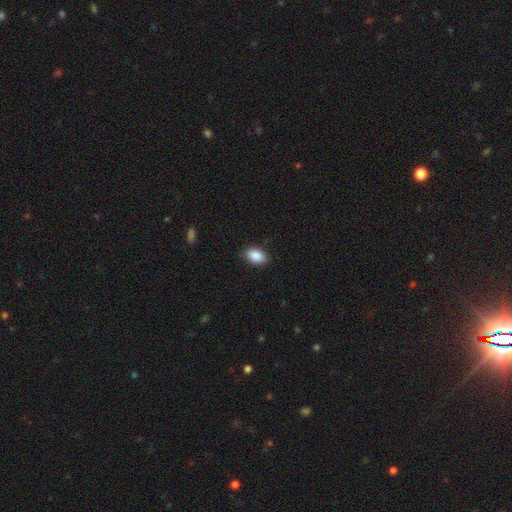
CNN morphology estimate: Smooth or featured? smooth (87%)
How rounded? in between (89%)
Merging? none (85%)